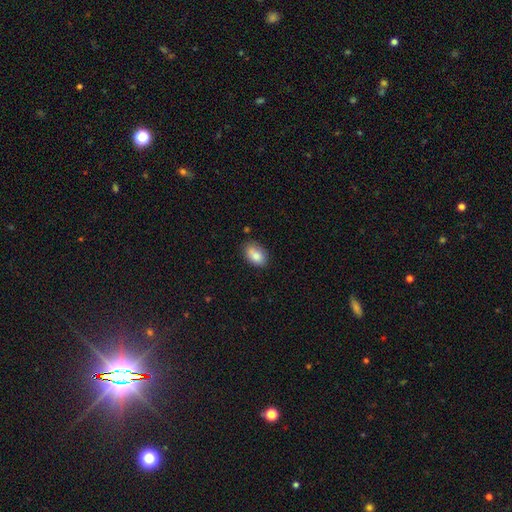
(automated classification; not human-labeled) Smooth or featured: smooth — 83% (featured or disk — 9%)
How rounded: in between — 87% (round — 11%)
Merging: none — 68% (minor disturbance — 23%)